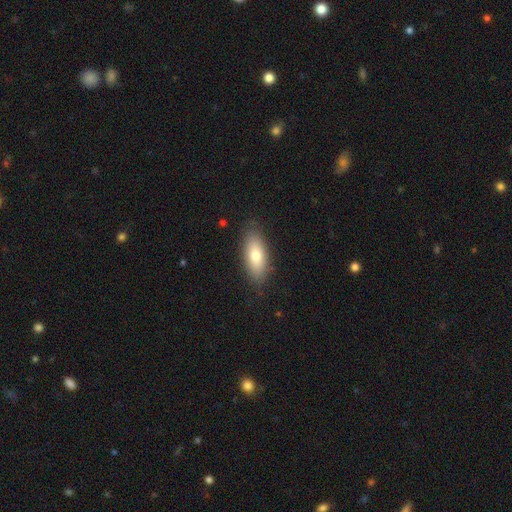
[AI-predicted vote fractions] A smooth galaxy with no disk features (74%) that is in between round and cigar-shaped (82%).

Vote fractions:
- Smooth or featured? smooth: 74% / featured or disk: 19% / star or artifact: 7%
- How rounded? in between: 82% / cigar-shaped: 15% / round: 3%
- Merging? none: 85% / minor disturbance: 11% / major disturbance: 3% / merger: 1%